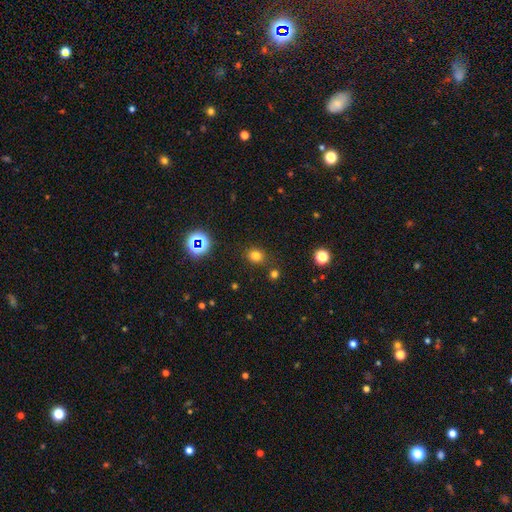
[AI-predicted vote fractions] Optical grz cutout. It shows a smooth galaxy with no disk features (74%) that is round (70%). Merging: none (82%).